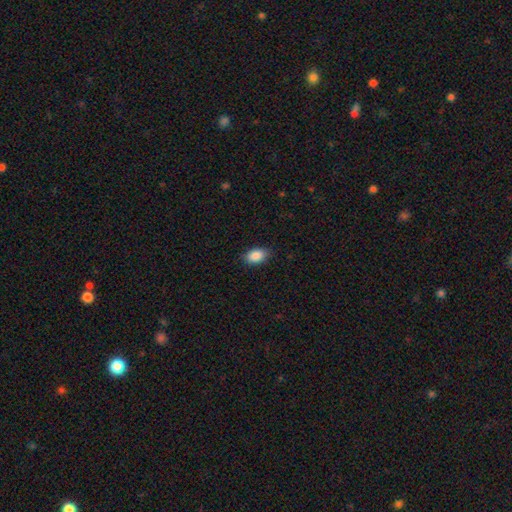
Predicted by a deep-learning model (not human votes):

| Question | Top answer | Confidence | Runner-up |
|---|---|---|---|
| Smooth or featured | smooth | 88% | star or artifact (7%) |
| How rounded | in between | 90% | round (8%) |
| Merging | none | 86% | minor disturbance (11%) |